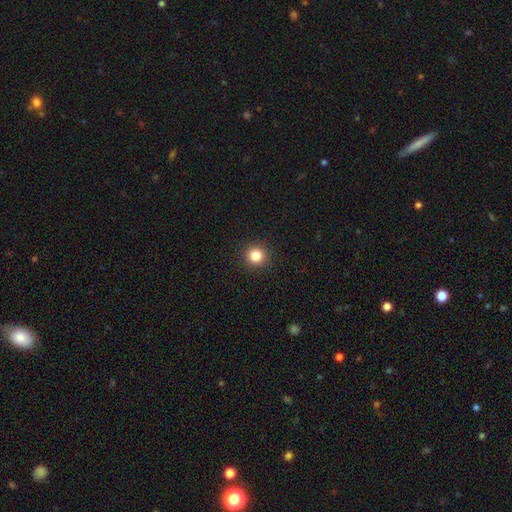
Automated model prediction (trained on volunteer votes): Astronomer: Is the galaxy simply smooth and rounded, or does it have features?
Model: smooth — 83%.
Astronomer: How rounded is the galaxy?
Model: round — 94%.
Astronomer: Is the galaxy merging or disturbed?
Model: none — 93%.